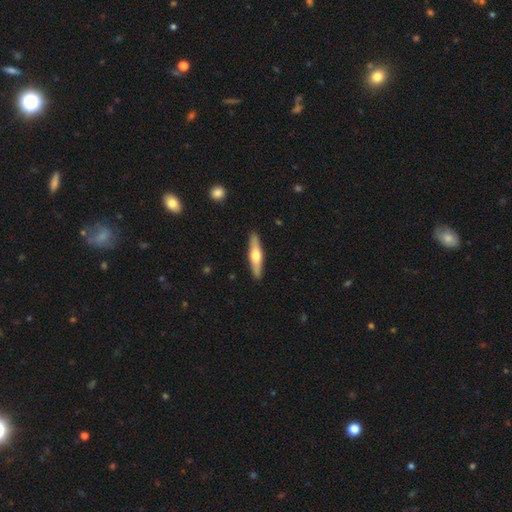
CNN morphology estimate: Q: Smooth or featured?
A: featured or disk (53%); runner-up: smooth (42%)
Q: Edge-on disk?
A: yes (92%); runner-up: no (8%)
Q: Merging?
A: none (91%); runner-up: minor disturbance (7%)